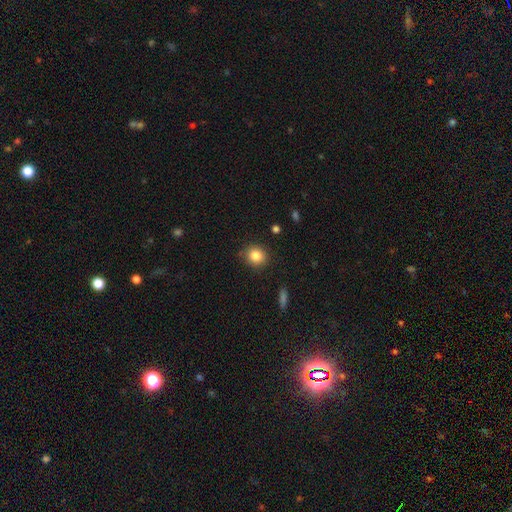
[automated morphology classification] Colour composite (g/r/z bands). It shows a smooth galaxy with no disk features (84%) that is round (80%). Merging: none (87%).